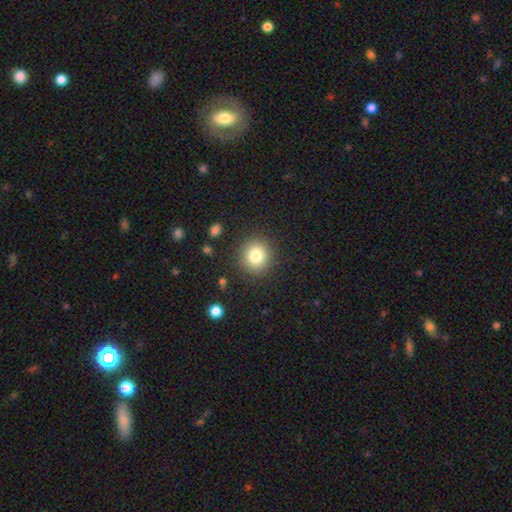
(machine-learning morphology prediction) A smooth galaxy with no disk features (80%) that is round (90%).

Vote fractions:
- Smooth or featured? smooth: 80% / star or artifact: 11% / featured or disk: 8%
- How rounded? round: 90% / in between: 9% / cigar-shaped: 1%
- Merging? none: 89% / minor disturbance: 7% / major disturbance: 3% / merger: 1%